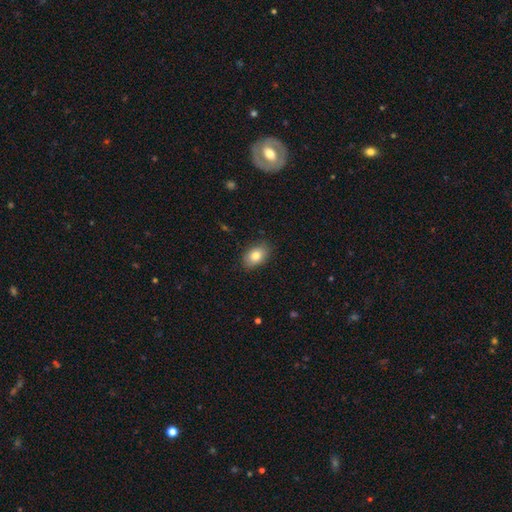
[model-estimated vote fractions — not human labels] The model was most divided on "how rounded": in between: 84%, round: 15%, cigar-shaped: 1%. More confident: merging — none (87%); smooth or featured — smooth (81%).